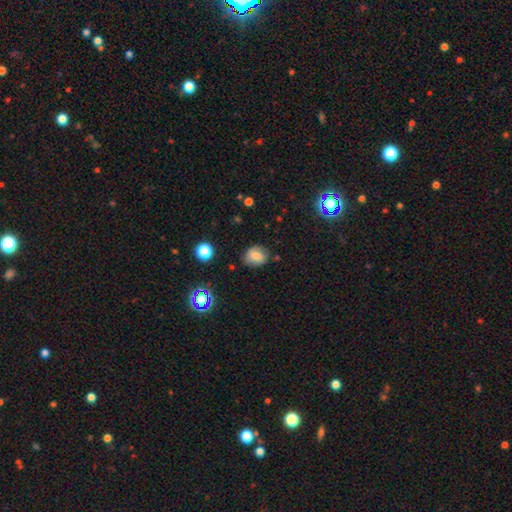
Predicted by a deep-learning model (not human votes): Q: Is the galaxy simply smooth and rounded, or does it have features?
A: smooth — 74%.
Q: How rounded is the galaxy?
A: round — 56%.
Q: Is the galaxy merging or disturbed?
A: none — 75%.